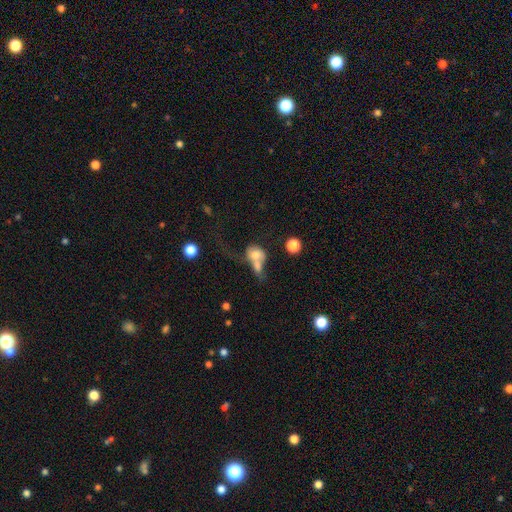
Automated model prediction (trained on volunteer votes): Q: Smooth or featured?
A: smooth (63%); runner-up: featured or disk (27%)
Q: How rounded?
A: round (54%); runner-up: in between (44%)
Q: Merging?
A: merger (68%); runner-up: major disturbance (14%)